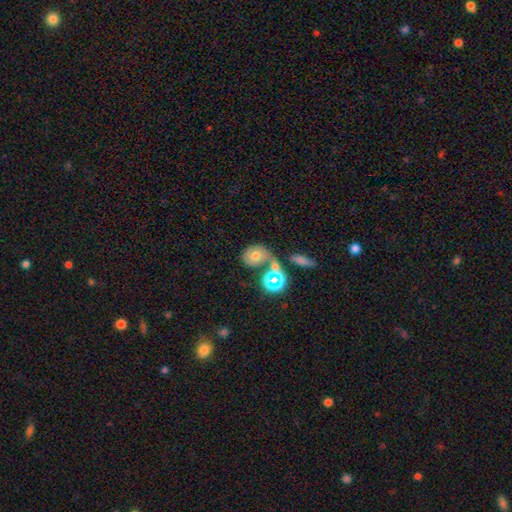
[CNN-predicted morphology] smooth 52%, featured or disk 31%, star or artifact 17%. Down the decision tree: how rounded — in between (51%); merging — merger (40%).